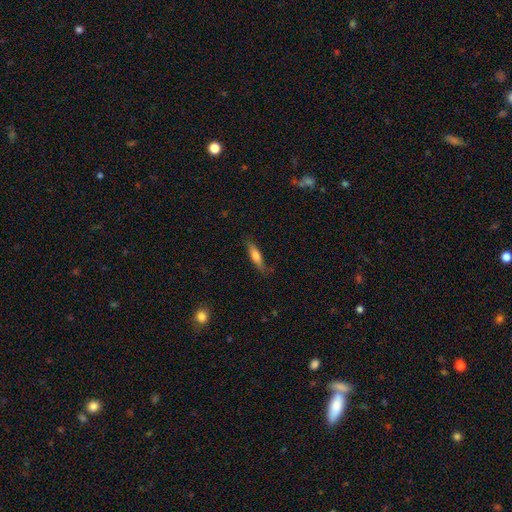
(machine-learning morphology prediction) type=smooth (62%); roundness=cigar-shaped (69%); merging=none (74%).